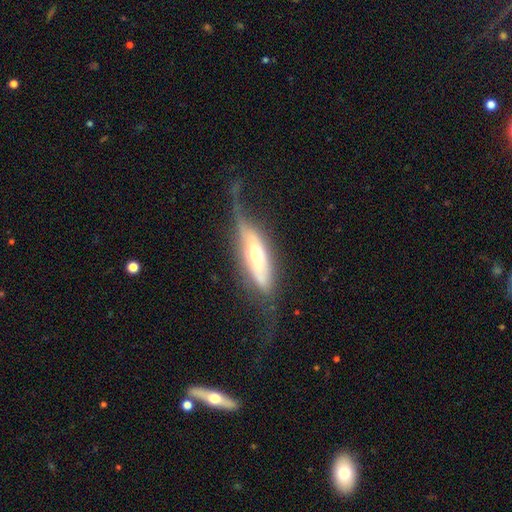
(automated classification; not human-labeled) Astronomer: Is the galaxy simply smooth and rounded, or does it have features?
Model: featured or disk — 63%.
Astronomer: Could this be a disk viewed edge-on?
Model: no — 51% (runner-up: yes, 49%).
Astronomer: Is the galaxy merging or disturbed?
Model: major disturbance — 37% (runner-up: none, 34%).